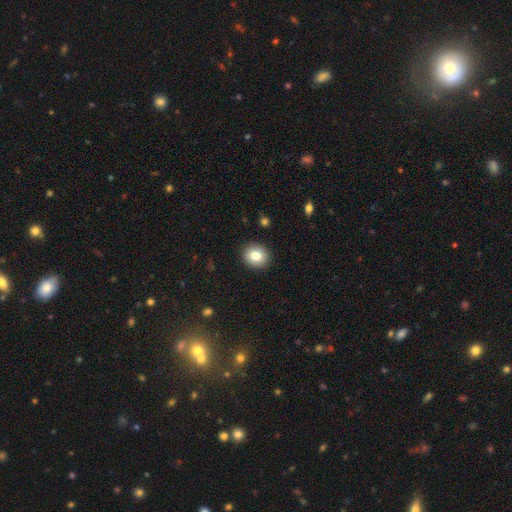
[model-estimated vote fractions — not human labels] smooth 81%, star or artifact 9%, featured or disk 9%. Down the decision tree: how rounded — round (77%); merging — none (91%).